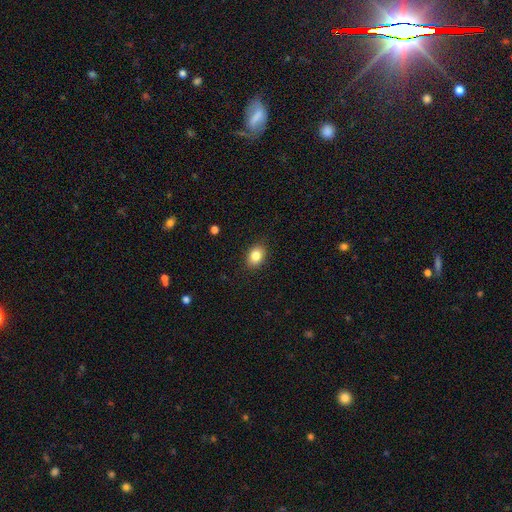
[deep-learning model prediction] Smooth or featured? smooth (84%)
How rounded? in between (67%)
Merging? none (87%)